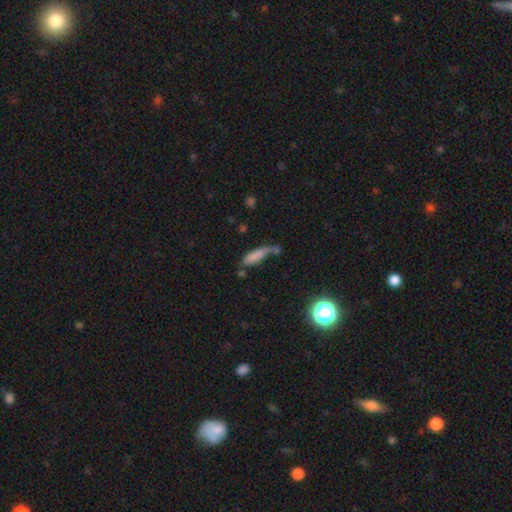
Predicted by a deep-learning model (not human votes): Smooth or featured? smooth (76%)
How rounded? cigar-shaped (63%)
Merging? none (38%)